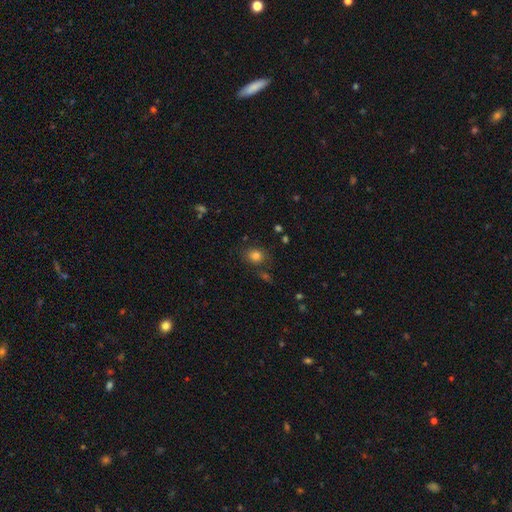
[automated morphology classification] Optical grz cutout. It shows a smooth galaxy with no disk features (80%) that is round (59%). Merging: none (78%).